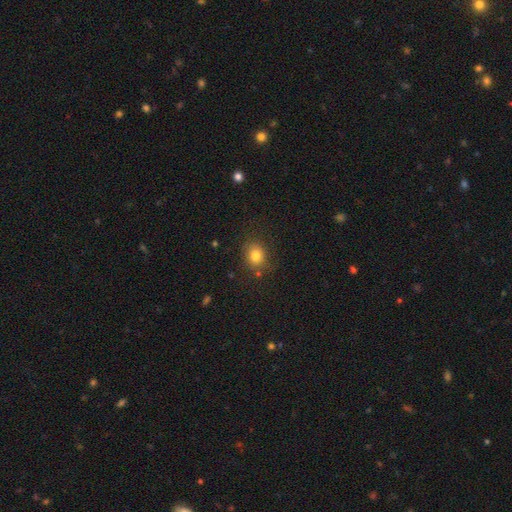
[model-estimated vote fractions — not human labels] A smooth galaxy with no disk features (81%) that is round (68%). Merging: none (79%).